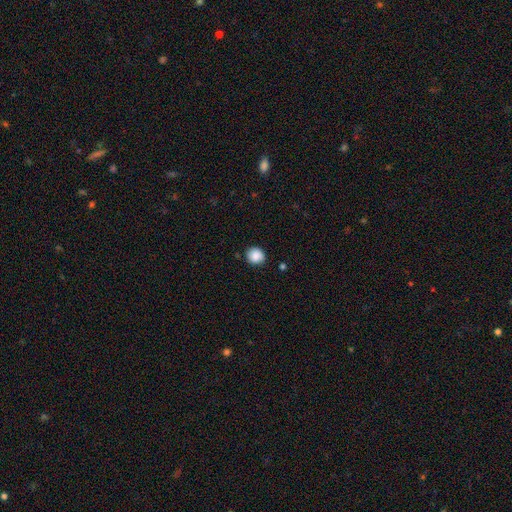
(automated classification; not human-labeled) The model was most divided on "how rounded": round: 85%, in between: 15%, cigar-shaped: 1%. More confident: smooth or featured — smooth (87%); merging — none (87%).